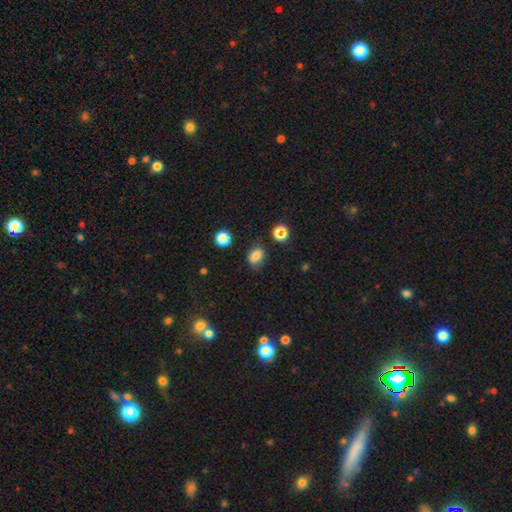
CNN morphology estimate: A smooth galaxy with no disk features (81%) that is in between round and cigar-shaped (67%). Merging: none (77%).